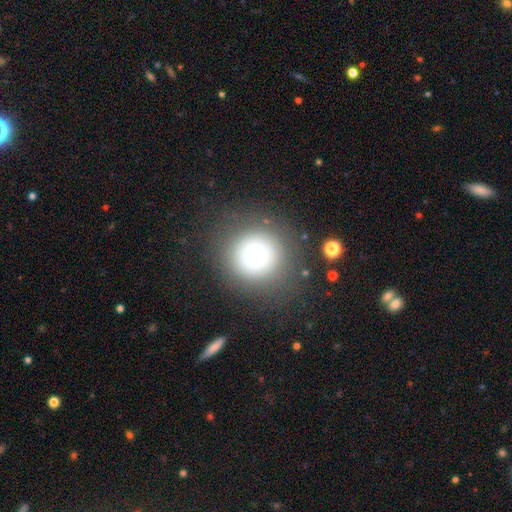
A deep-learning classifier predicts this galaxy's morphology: type=smooth (69%); roundness=round (95%); merging=none (84%).